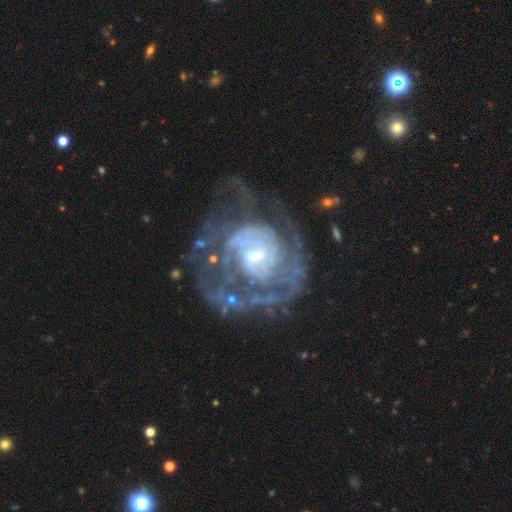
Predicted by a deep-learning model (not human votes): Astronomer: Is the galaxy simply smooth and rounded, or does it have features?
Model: featured or disk — 86%.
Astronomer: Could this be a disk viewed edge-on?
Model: no — 98%.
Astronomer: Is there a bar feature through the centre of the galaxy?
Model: no — 48% (runner-up: weak, 41%).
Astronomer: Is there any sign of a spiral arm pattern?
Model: yes — 88%.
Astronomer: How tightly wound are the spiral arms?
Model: tight — 56% (runner-up: medium, 32%).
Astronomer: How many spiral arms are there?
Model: can't tell — 39% (runner-up: 2, 29%).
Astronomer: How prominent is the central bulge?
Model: small — 55% (runner-up: moderate, 37%).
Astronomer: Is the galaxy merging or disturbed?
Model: none — 49% (runner-up: major disturbance, 30%).